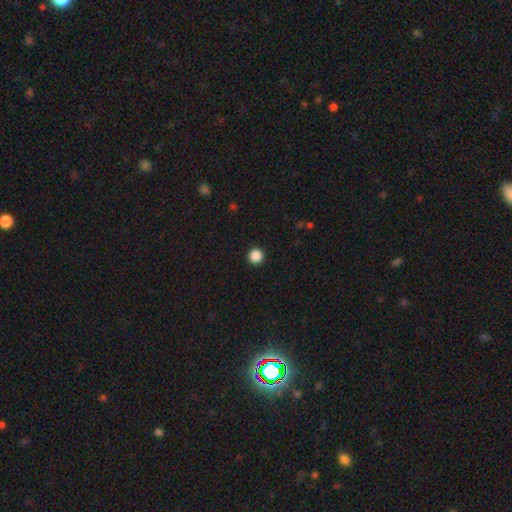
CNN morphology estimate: Smooth or featured? smooth (87%)
How rounded? round (96%)
Merging? none (94%)